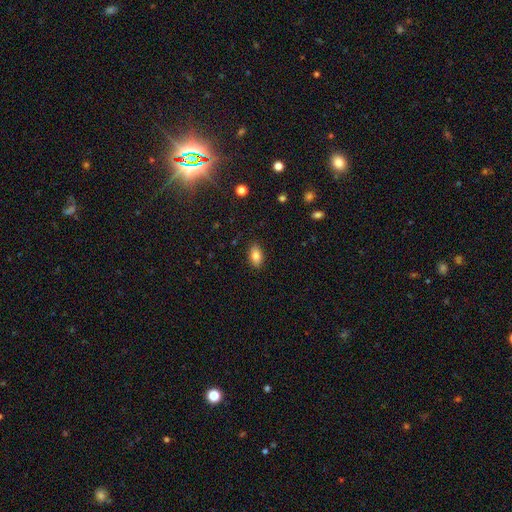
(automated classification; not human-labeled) A smooth galaxy with no disk features (83%) that is in between round and cigar-shaped (90%).

Vote fractions:
- Smooth or featured? smooth: 83% / featured or disk: 9% / star or artifact: 8%
- How rounded? in between: 90% / round: 5% / cigar-shaped: 5%
- Merging? none: 88% / minor disturbance: 9% / major disturbance: 2% / merger: 1%